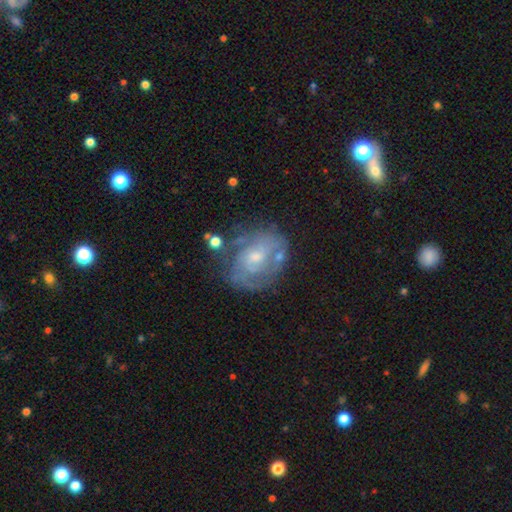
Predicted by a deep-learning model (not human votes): smooth_or_featured: featured or disk (p=0.74) [alt: smooth p=0.18]
disk_edge_on: no (p=0.97) [alt: yes p=0.03]
bar: no (p=0.64) [alt: weak p=0.31]
has_spiral_arms: yes (p=0.76) [alt: no p=0.24]
spiral_winding: tight (p=0.55) [alt: medium p=0.33]
spiral_arm_count: can't tell (p=0.45) [alt: 2 p=0.28]
bulge_size: small (p=0.53) [alt: moderate p=0.40]
merging: none (p=0.60) [alt: minor disturbance p=0.22]